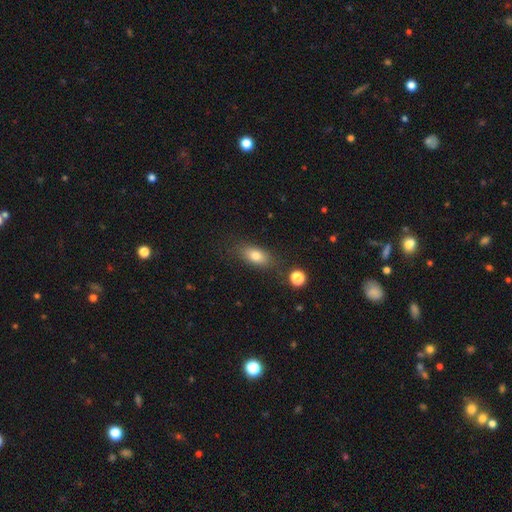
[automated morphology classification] Overall: smooth (78%). How rounded: in between (81%). Merging: none (78%).